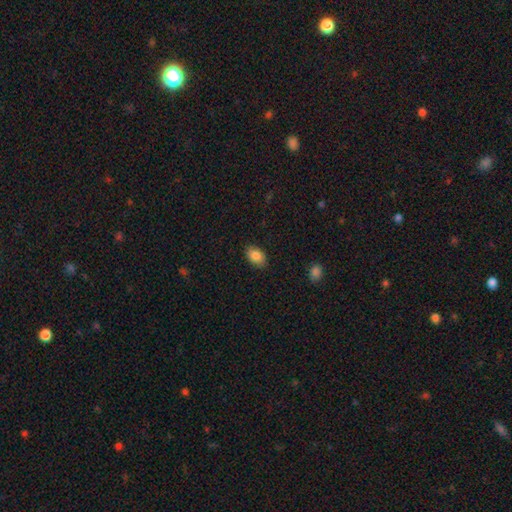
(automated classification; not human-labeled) A smooth galaxy with no disk features (87%) that is in between round and cigar-shaped (86%). Merging: none (85%).